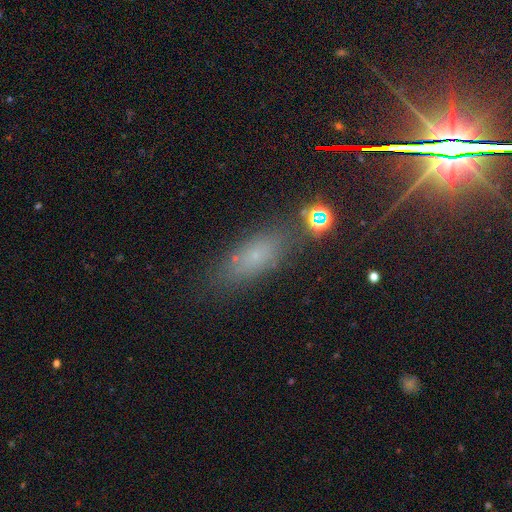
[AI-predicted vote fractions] Smooth or featured? Predicted: smooth (p=0.54). How rounded? Predicted: in between (p=0.65). Merging? Predicted: none (p=0.73).